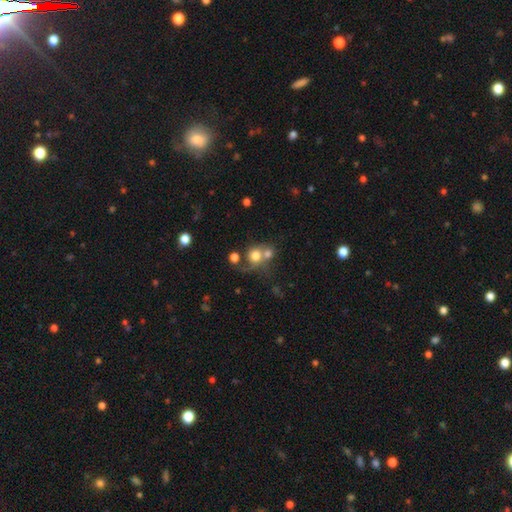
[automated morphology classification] smooth_or_featured: smooth (p=0.69) [alt: featured or disk p=0.20]
how_rounded: round (p=0.80) [alt: in between p=0.19]
merging: merger (p=0.50) [alt: none p=0.29]